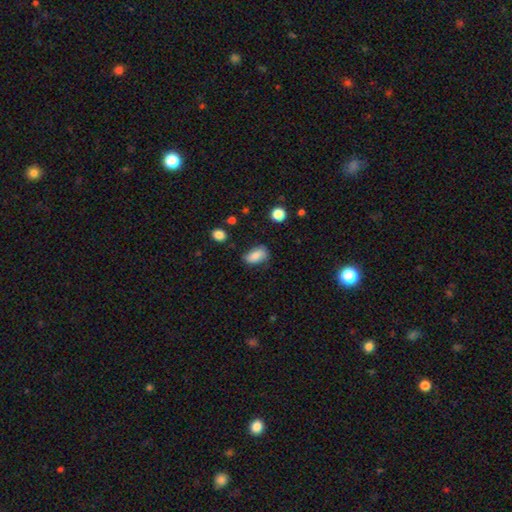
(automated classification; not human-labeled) The model was most divided on "merging": none: 67%, minor disturbance: 26%, major disturbance: 6%, merger: 2%. More confident: how rounded — in between (89%); smooth or featured — smooth (80%).